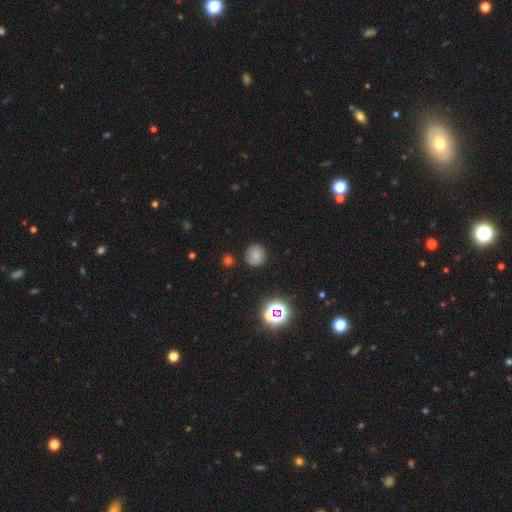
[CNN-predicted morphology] Smooth or featured?
  - smooth: 68% *
  - star or artifact: 17%
  - featured or disk: 16%
How rounded?
  - round: 92% *
  - in between: 7%
  - cigar-shaped: 1%
Merging?
  - none: 84% *
  - minor disturbance: 11%
  - major disturbance: 3%
  - merger: 2%